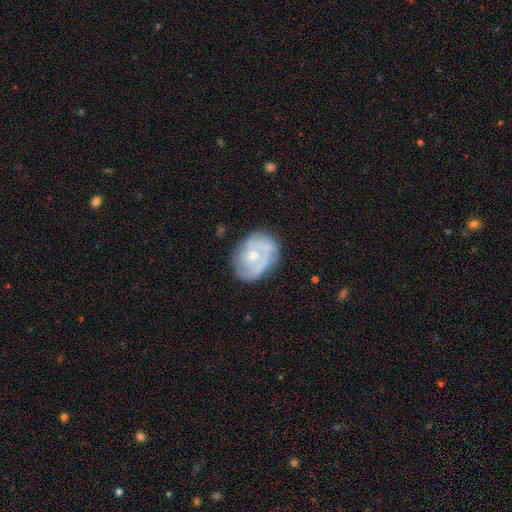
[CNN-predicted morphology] type=featured or disk (62%); edge-on=no (97%); bar=no (79%); spiral arms=yes (63%); bulge=moderate (50%); merging=none (65%).